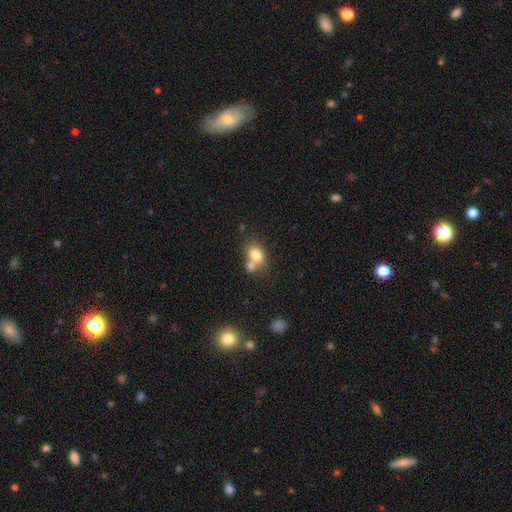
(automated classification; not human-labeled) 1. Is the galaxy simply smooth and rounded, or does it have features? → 77% smooth, 13% featured or disk, 10% star or artifact.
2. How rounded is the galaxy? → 74% in between, 24% round, 2% cigar-shaped.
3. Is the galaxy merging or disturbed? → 48% merger, 36% none, 11% minor disturbance, 5% major disturbance.